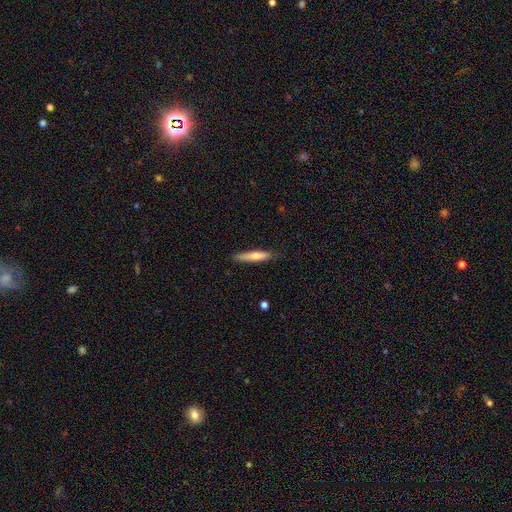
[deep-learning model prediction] A smooth galaxy with no disk features (60%) that is cigar-shaped (90%). Merging: none (85%).